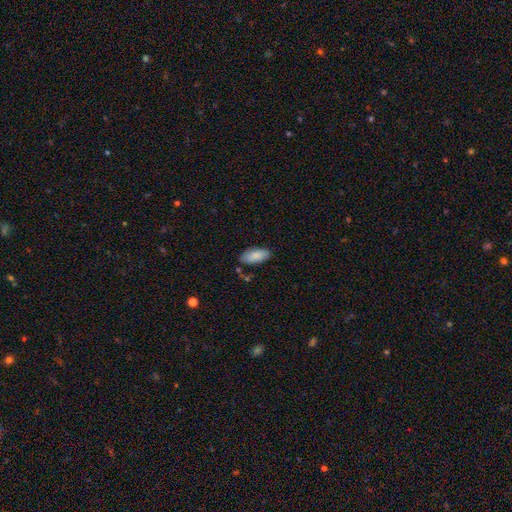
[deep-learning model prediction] Q: Smooth or featured?
A: smooth (86%); runner-up: featured or disk (8%)
Q: How rounded?
A: in between (89%); runner-up: cigar-shaped (10%)
Q: Merging?
A: none (78%); runner-up: minor disturbance (15%)